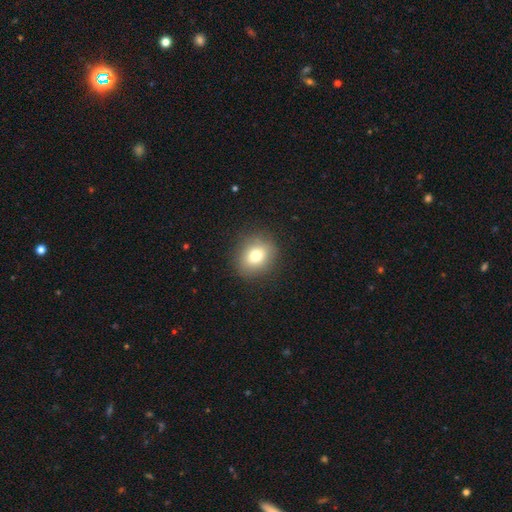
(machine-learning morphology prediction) Smooth or featured?
  - smooth: 77% *
  - featured or disk: 12%
  - star or artifact: 11%
How rounded?
  - round: 64% *
  - in between: 35%
  - cigar-shaped: 1%
Merging?
  - none: 87% *
  - minor disturbance: 9%
  - major disturbance: 3%
  - merger: 1%